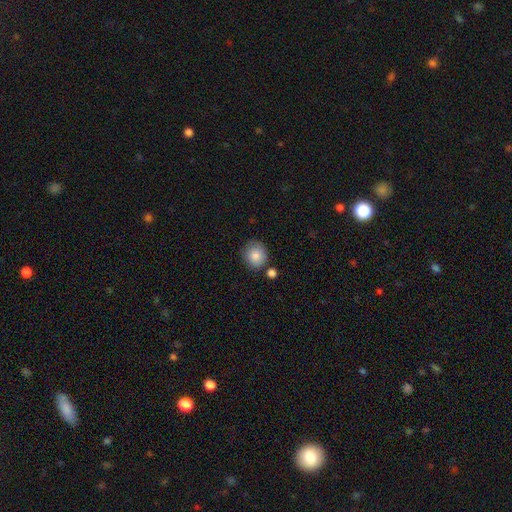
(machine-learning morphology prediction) Overall: smooth (86%). How rounded: round (82%). Merging: none (74%).